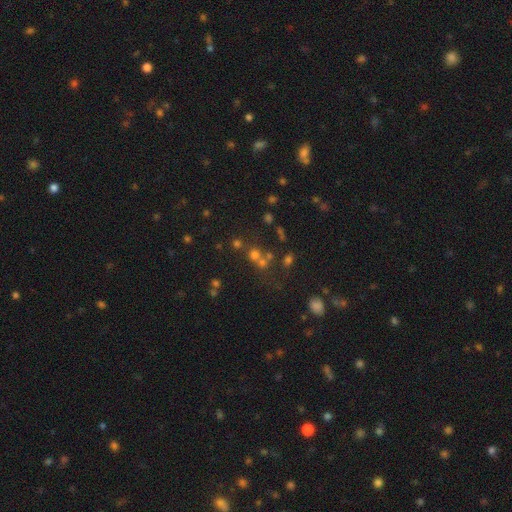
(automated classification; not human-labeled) Smooth or featured? Predicted: smooth (p=0.44). Merging? Predicted: none (p=0.54).